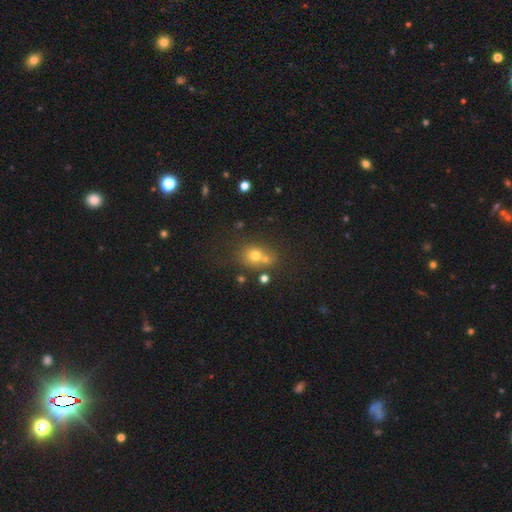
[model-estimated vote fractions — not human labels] Q: Smooth or featured?
A: smooth (65%); runner-up: star or artifact (21%)
Q: How rounded?
A: round (71%); runner-up: in between (28%)
Q: Merging?
A: none (51%); runner-up: merger (33%)